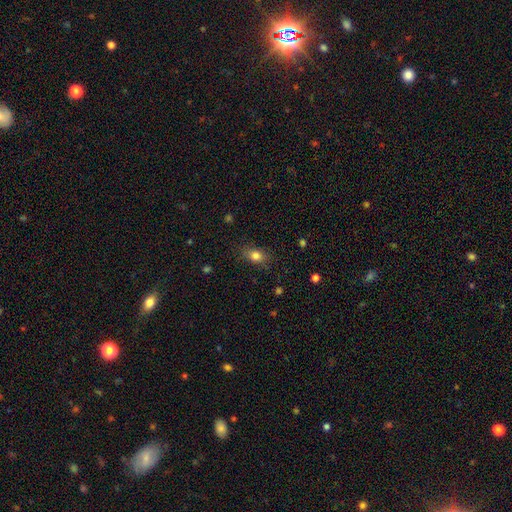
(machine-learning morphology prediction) smooth-or-featured: smooth: 81% | star or artifact: 10% | featured or disk: 8%
  how-rounded: in between: 72% | round: 25% | cigar-shaped: 3%
  merging: none: 79% | minor disturbance: 15% | major disturbance: 5% | merger: 1%